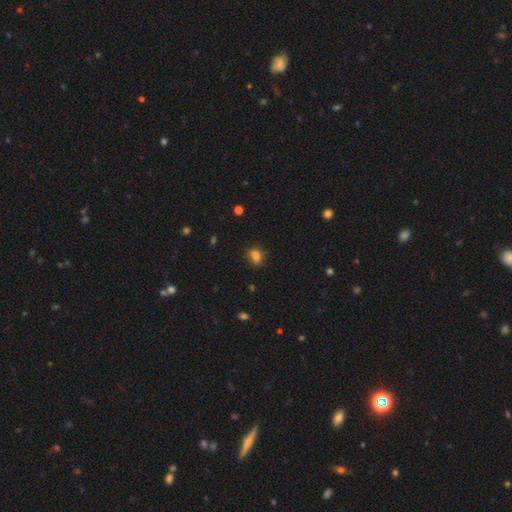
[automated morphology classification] Smooth or featured: smooth — 77% (star or artifact — 14%)
How rounded: in between — 66% (round — 30%)
Merging: none — 57% (minor disturbance — 23%)